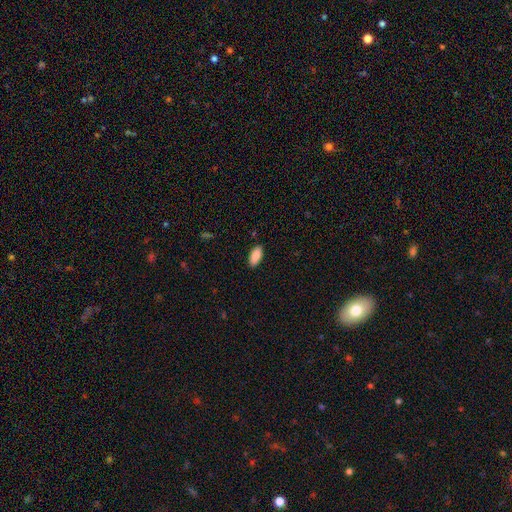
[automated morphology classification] This appears to be a smooth galaxy with no disk features (87%) that is in between round and cigar-shaped (88%). Merging: none (88%).